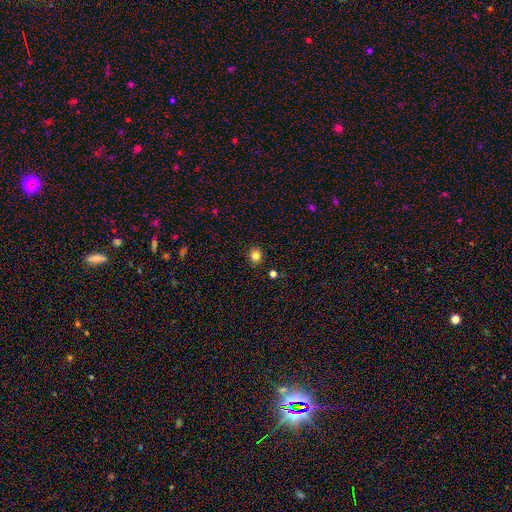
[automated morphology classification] smooth-or-featured: smooth: 81% | star or artifact: 13% | featured or disk: 5%
  how-rounded: round: 81% | in between: 19% | cigar-shaped: 1%
  merging: none: 90% | minor disturbance: 6% | major disturbance: 2% | merger: 1%